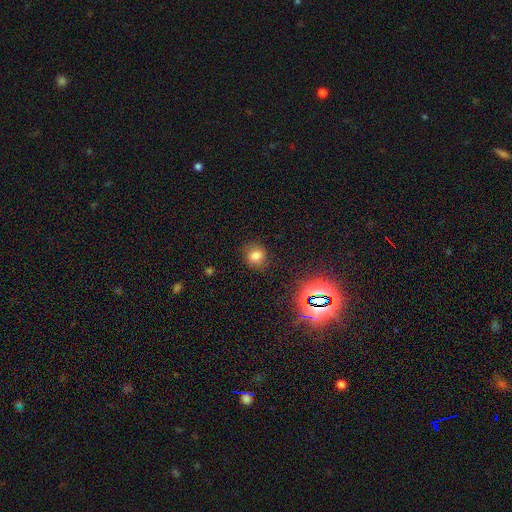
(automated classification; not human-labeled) smooth-or-featured: smooth: 75% | star or artifact: 18% | featured or disk: 7%
  how-rounded: round: 74% | in between: 25% | cigar-shaped: 1%
  merging: none: 82% | minor disturbance: 13% | major disturbance: 4% | merger: 2%